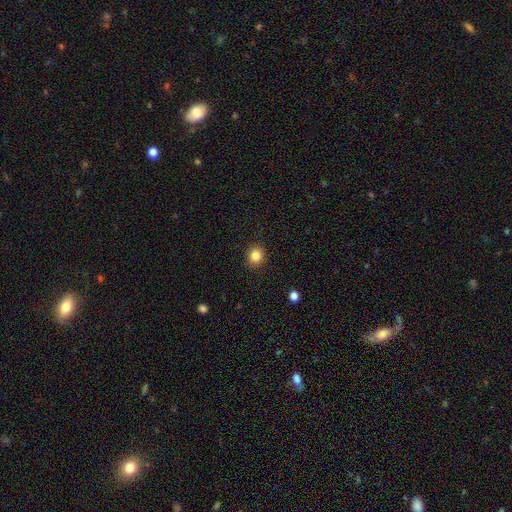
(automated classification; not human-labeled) This appears to be a smooth galaxy with no disk features (84%) that is round (81%). Merging: none (91%).